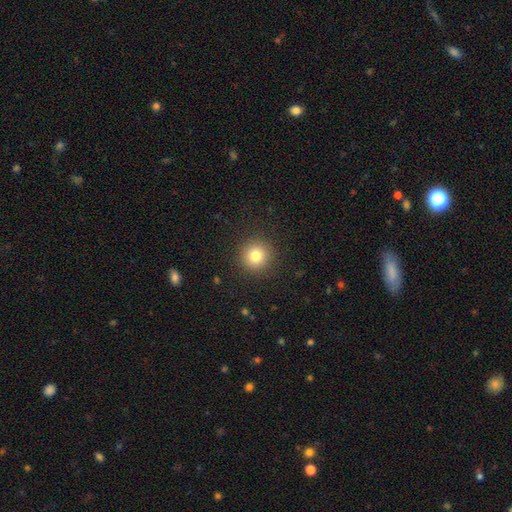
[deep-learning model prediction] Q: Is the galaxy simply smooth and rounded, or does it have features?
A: smooth — 80%.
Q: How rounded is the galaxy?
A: round — 95%.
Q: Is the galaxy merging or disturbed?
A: none — 91%.